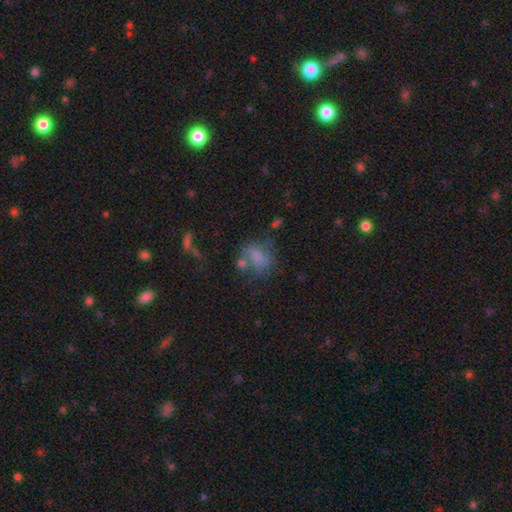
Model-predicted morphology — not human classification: A smooth galaxy with no disk features (60%) that is in between round and cigar-shaped (56%). Merging: none (47%).